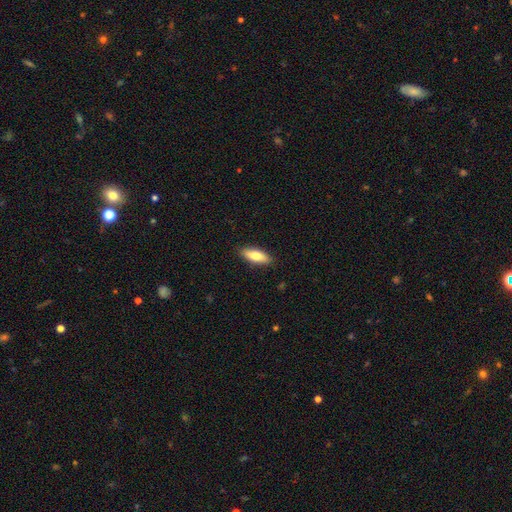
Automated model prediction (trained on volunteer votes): This appears to be a smooth galaxy with no disk features (73%) that is in between round and cigar-shaped (67%). Merging: none (88%).